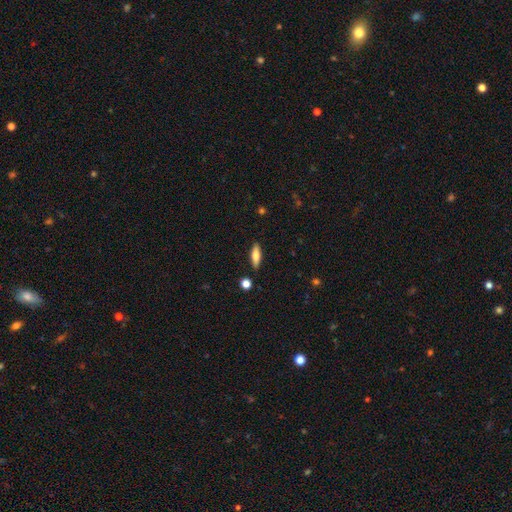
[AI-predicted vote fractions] Q: Smooth or featured?
A: smooth (72%); runner-up: featured or disk (21%)
Q: How rounded?
A: in between (52%); runner-up: cigar-shaped (45%)
Q: Merging?
A: none (88%); runner-up: minor disturbance (8%)